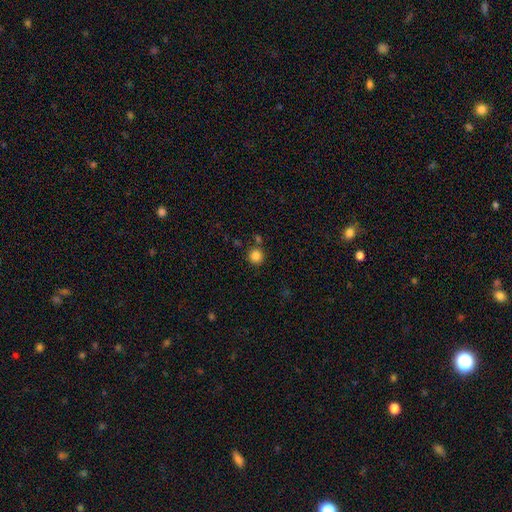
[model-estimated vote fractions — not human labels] A smooth galaxy with no disk features (85%) that is round (93%). Merging: none (81%).